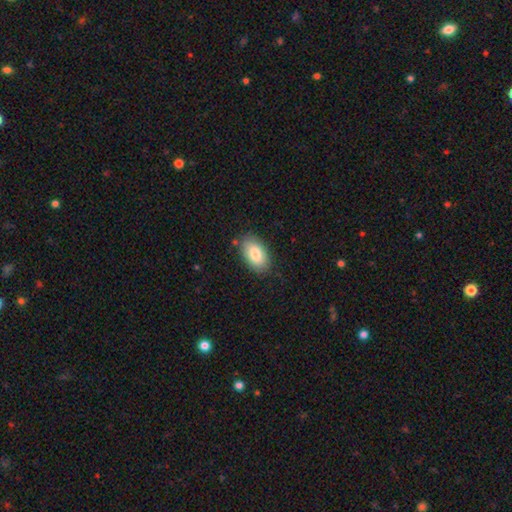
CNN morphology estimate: This appears to be a smooth galaxy with no disk features (82%) that is in between round and cigar-shaped (94%). Merging: none (83%).